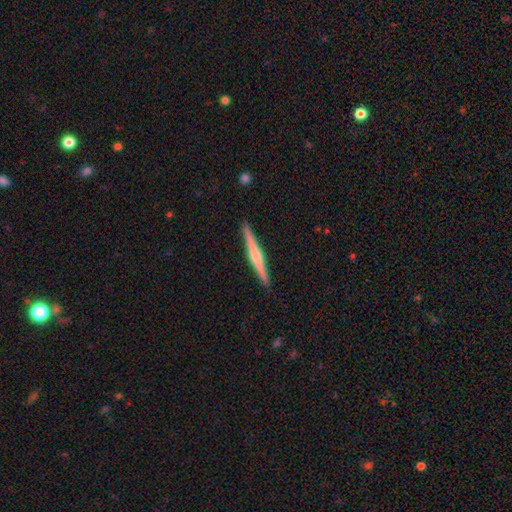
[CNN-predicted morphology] A featured or disk galaxy (63%) viewed edge-on (98%) with a rounded central bulge (72%). Merging: none (92%).